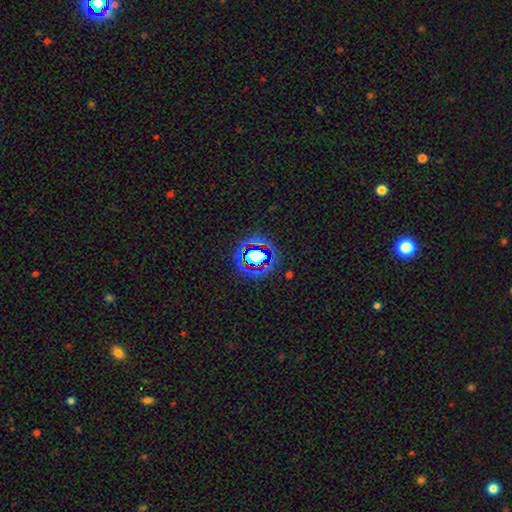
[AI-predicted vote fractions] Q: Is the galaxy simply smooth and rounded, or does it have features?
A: star or artifact — 63%.